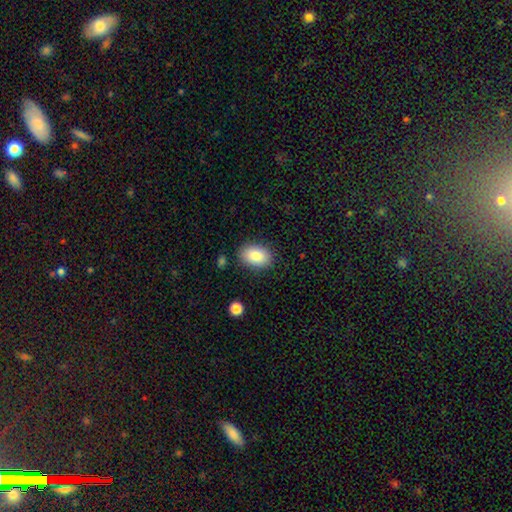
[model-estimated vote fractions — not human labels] Smooth or featured? Predicted: smooth (p=0.86). How rounded? Predicted: in between (p=0.87). Merging? Predicted: none (p=0.85).